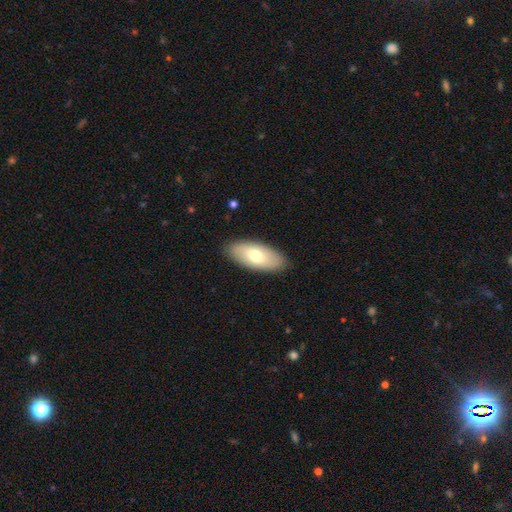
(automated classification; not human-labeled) A smooth galaxy with no disk features (69%) that is in between round and cigar-shaped (86%). Merging: none (88%).